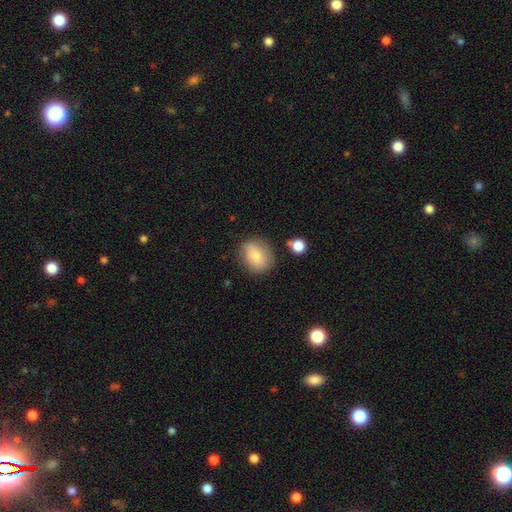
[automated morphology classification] type=smooth (75%); roundness=round (67%); merging=none (78%).